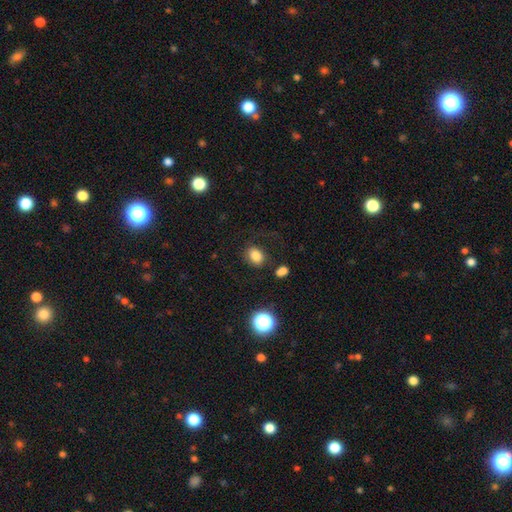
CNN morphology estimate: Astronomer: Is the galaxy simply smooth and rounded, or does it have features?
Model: smooth — 81%.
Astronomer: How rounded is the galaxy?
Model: in between — 55% (runner-up: round, 44%).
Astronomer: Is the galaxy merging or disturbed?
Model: none — 76%.